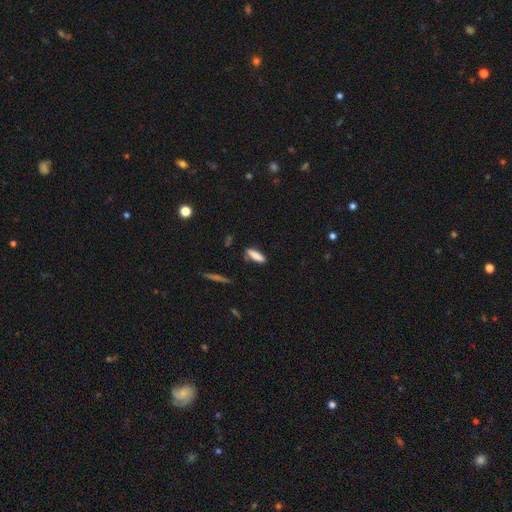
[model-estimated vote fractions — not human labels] The model was most divided on "how rounded": cigar-shaped: 55%, in between: 44%, round: 2%. More confident: smooth or featured — smooth (84%); merging — none (79%).